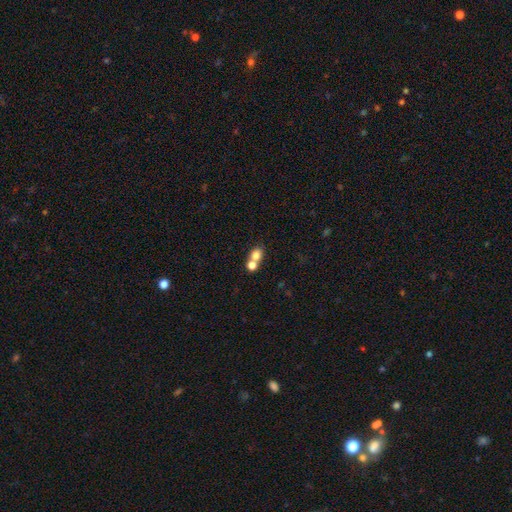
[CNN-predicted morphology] Smooth or featured?
  - smooth: 77% *
  - star or artifact: 12%
  - featured or disk: 11%
How rounded?
  - round: 53% *
  - in between: 46%
  - cigar-shaped: 2%
Merging?
  - merger: 52% *
  - none: 37%
  - minor disturbance: 7%
  - major disturbance: 3%